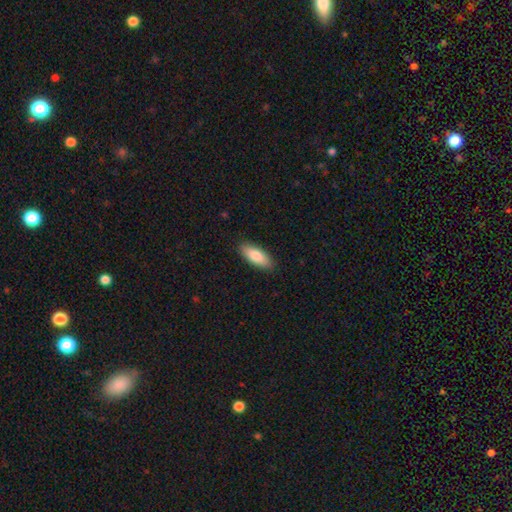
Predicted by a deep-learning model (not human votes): smooth 84%, featured or disk 11%, star or artifact 6%. Down the decision tree: how rounded — in between (75%); merging — none (88%).